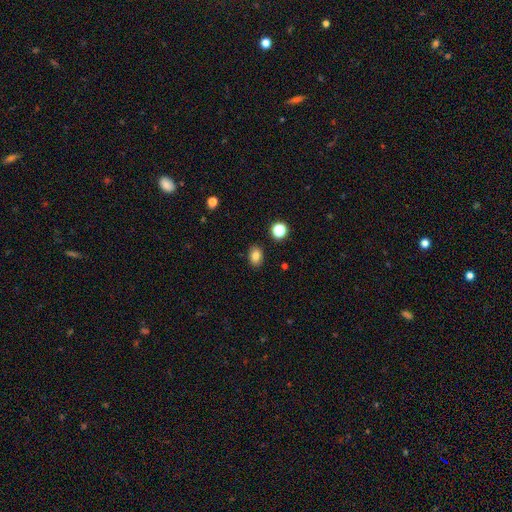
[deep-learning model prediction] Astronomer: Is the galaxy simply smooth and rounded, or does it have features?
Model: smooth — 82%.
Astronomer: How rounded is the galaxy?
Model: in between — 67%.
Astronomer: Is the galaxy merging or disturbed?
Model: none — 87%.